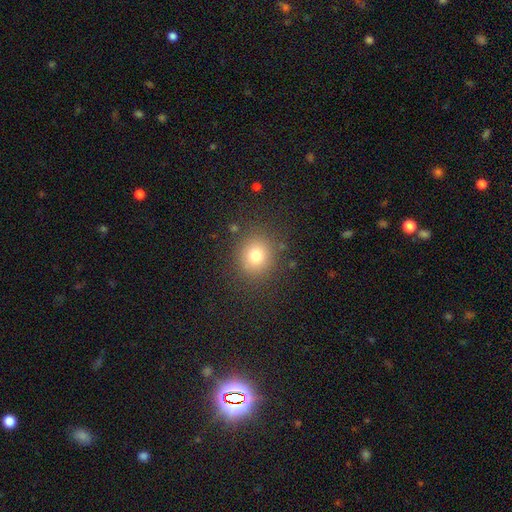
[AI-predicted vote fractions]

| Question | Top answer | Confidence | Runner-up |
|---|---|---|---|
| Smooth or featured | smooth | 76% | star or artifact (14%) |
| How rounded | round | 83% | in between (17%) |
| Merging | none | 85% | minor disturbance (9%) |